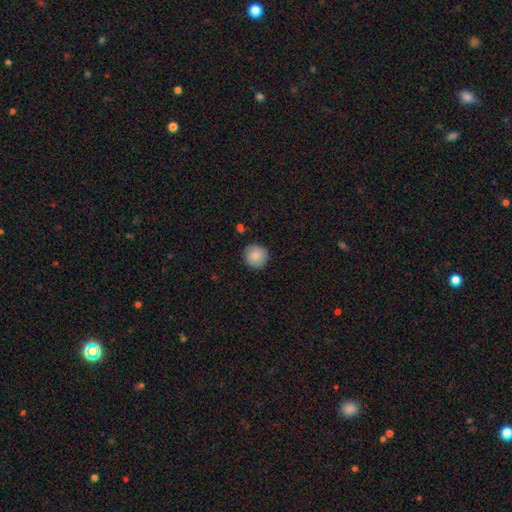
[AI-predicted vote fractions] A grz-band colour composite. It shows a smooth galaxy with no disk features (87%) that is round (95%). Merging: none (90%).